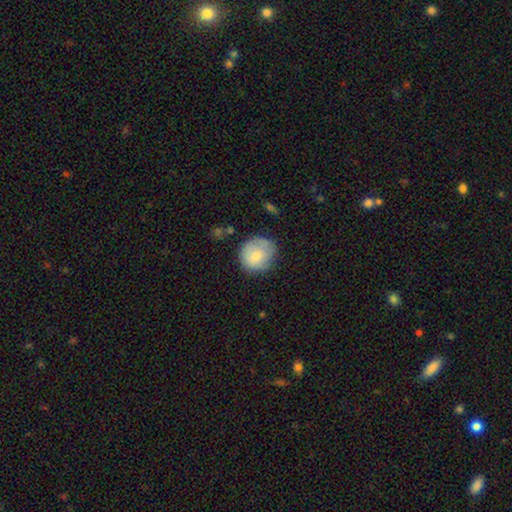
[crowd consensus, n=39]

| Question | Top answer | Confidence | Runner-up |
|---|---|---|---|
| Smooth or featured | smooth | 74% | featured or disk (21%) |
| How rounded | round | 90% | in between (10%) |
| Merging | none | 68% | minor disturbance (24%) |